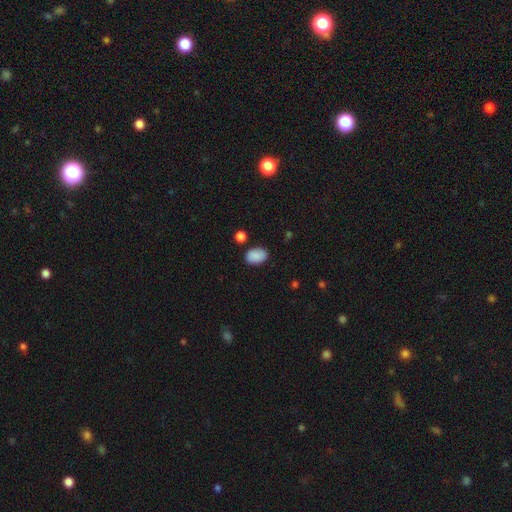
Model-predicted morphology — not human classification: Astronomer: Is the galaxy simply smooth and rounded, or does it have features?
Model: smooth — 88%.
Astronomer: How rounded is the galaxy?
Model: in between — 87%.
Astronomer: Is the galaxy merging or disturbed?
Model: none — 79%.